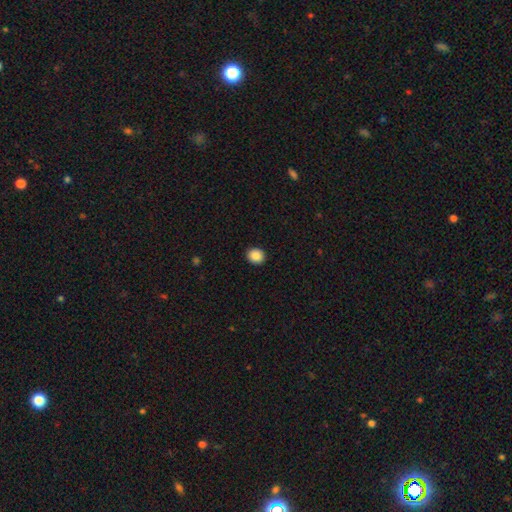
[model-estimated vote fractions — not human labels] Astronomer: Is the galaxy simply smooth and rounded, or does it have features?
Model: smooth — 88%.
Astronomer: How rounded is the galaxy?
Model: round — 82%.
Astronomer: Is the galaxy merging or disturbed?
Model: none — 93%.